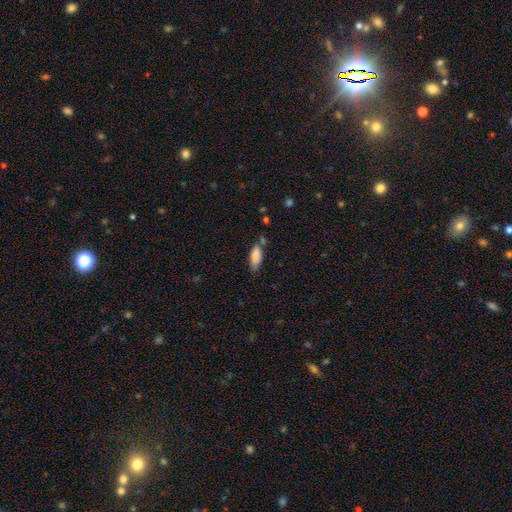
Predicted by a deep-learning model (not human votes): Smooth or featured? Predicted: smooth (p=0.86). How rounded? Predicted: in between (p=0.81). Merging? Predicted: none (p=0.59).